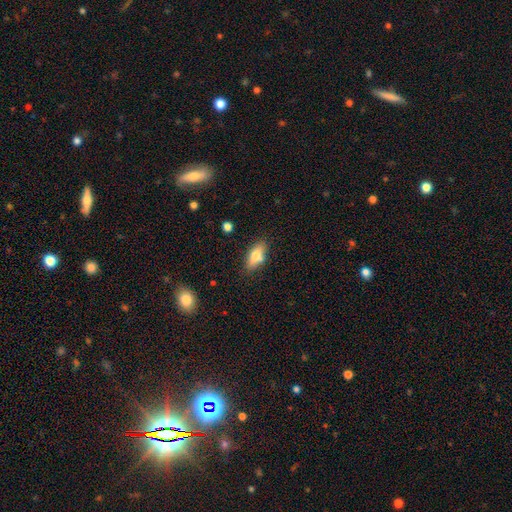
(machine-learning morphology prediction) A smooth galaxy with no disk features (69%) that is in between round and cigar-shaped (75%).

Vote fractions:
- Smooth or featured? smooth: 69% / featured or disk: 23% / star or artifact: 8%
- How rounded? in between: 75% / cigar-shaped: 21% / round: 4%
- Merging? none: 75% / minor disturbance: 15% / merger: 7% / major disturbance: 3%